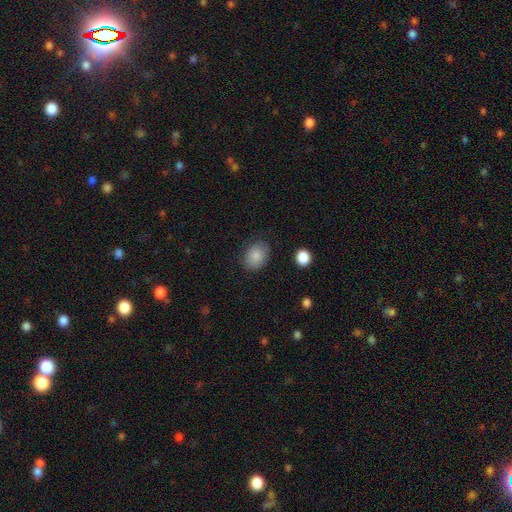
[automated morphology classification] This is clearly a smooth galaxy (87%). How rounded: likely in between (64%). Merging: clearly none (81%).